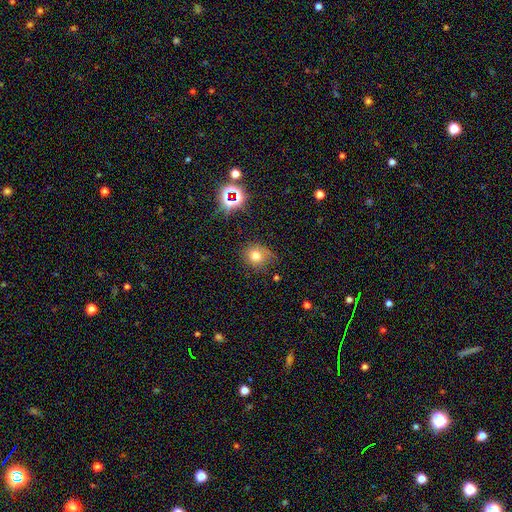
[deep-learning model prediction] smooth 71%, star or artifact 19%, featured or disk 10%. Down the decision tree: how rounded — round (75%); merging — none (68%).